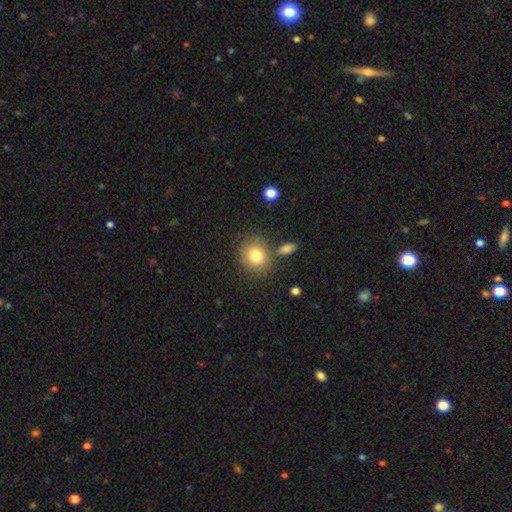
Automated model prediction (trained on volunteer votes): Smooth or featured?
  - smooth: 80% *
  - star or artifact: 10%
  - featured or disk: 10%
How rounded?
  - round: 78% *
  - in between: 21%
  - cigar-shaped: 1%
Merging?
  - none: 75% *
  - minor disturbance: 12%
  - merger: 9%
  - major disturbance: 4%